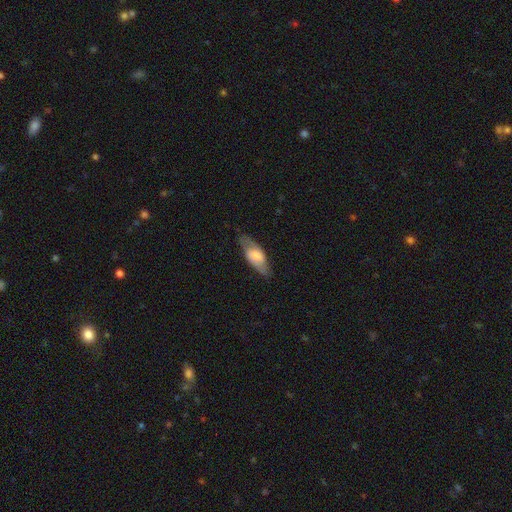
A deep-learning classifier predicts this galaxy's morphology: This appears to be a smooth galaxy with no disk features (51%) that is in between round and cigar-shaped (76%). Merging: none (75%).